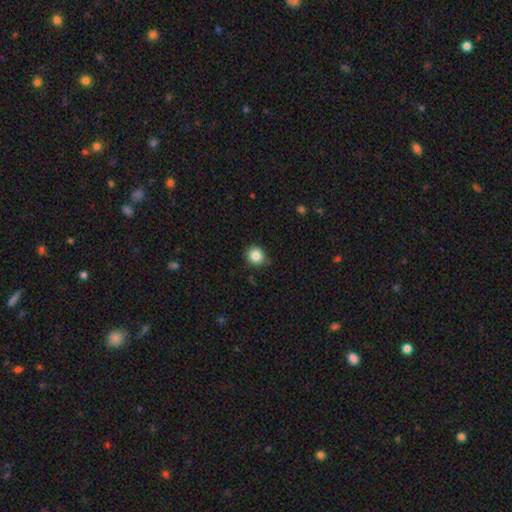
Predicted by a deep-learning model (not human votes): Smooth or featured: smooth — 84% (star or artifact — 10%)
How rounded: round — 86% (in between — 13%)
Merging: none — 84% (minor disturbance — 13%)